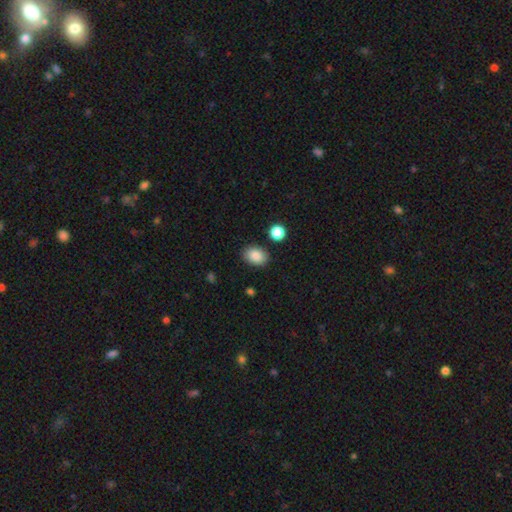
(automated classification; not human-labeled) smooth_or_featured: smooth (p=0.87) [alt: star or artifact p=0.08]
how_rounded: in between (p=0.78) [alt: round p=0.21]
merging: none (p=0.86) [alt: minor disturbance p=0.09]